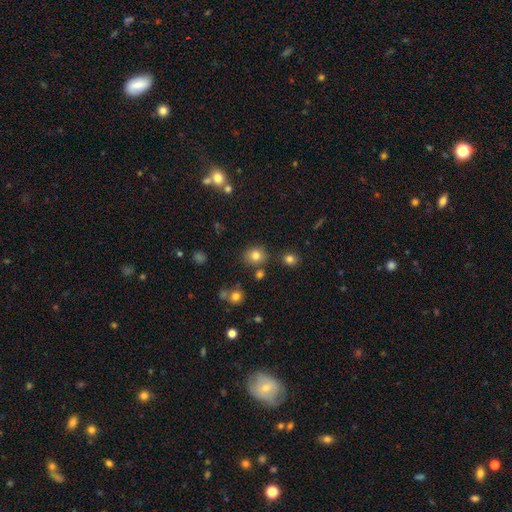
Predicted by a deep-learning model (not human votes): A smooth galaxy with no disk features (79%) that is round (79%).

Vote fractions:
- Smooth or featured? smooth: 79% / star or artifact: 14% / featured or disk: 7%
- How rounded? round: 79% / in between: 20% / cigar-shaped: 1%
- Merging? none: 81% / minor disturbance: 10% / merger: 6% / major disturbance: 3%